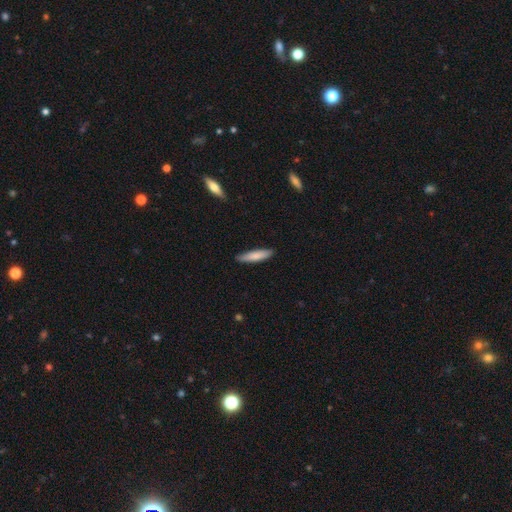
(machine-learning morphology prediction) type=smooth (82%); roundness=cigar-shaped (82%); merging=none (88%).